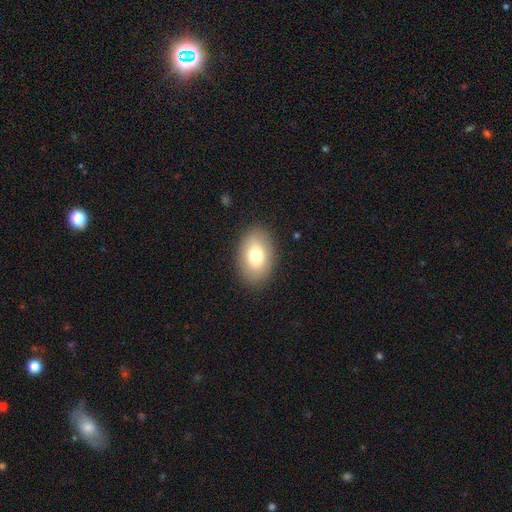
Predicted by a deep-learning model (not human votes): The model was most divided on "smooth or featured": smooth: 76%, featured or disk: 16%, star or artifact: 8%. More confident: merging — none (87%); how rounded — in between (86%).